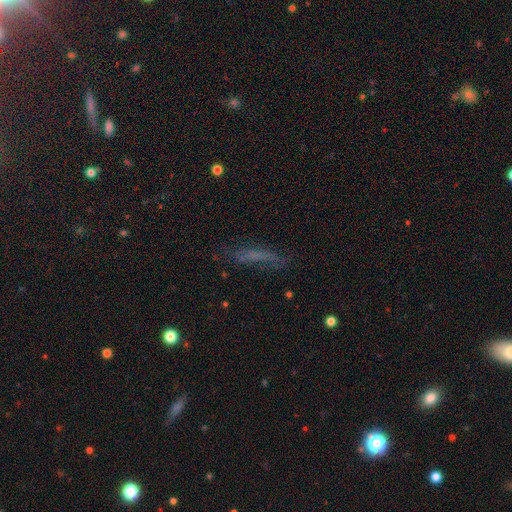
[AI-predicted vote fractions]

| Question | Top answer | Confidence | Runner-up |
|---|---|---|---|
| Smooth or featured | smooth | 45% | featured or disk (38%) |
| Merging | none | 63% | minor disturbance (21%) |